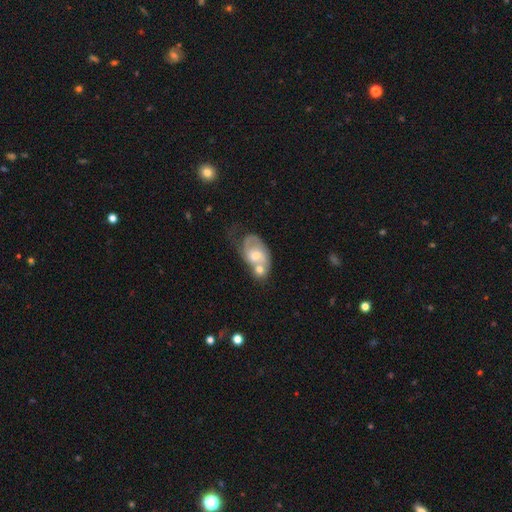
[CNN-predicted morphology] smooth-or-featured: featured or disk: 58% | smooth: 35% | star or artifact: 7%
  disk-edge-on: no: 96% | yes: 4%
    bar: no: 64% | weak: 30% | strong: 6%
    has-spiral-arms: yes: 69% | no: 31%
    bulge-size: moderate: 57% | small: 35% | large: 4% | none: 2% | dominant: 1%
  merging: merger: 55% | none: 19% | minor disturbance: 14% | major disturbance: 12%